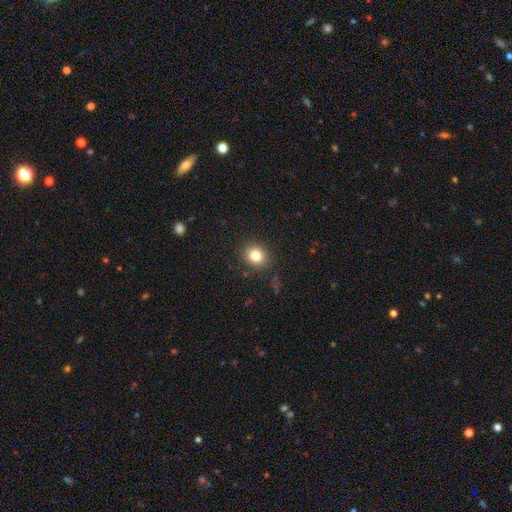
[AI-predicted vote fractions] The model was most divided on "how rounded": round: 69%, in between: 30%, cigar-shaped: 1%. More confident: merging — none (88%); smooth or featured — smooth (82%).